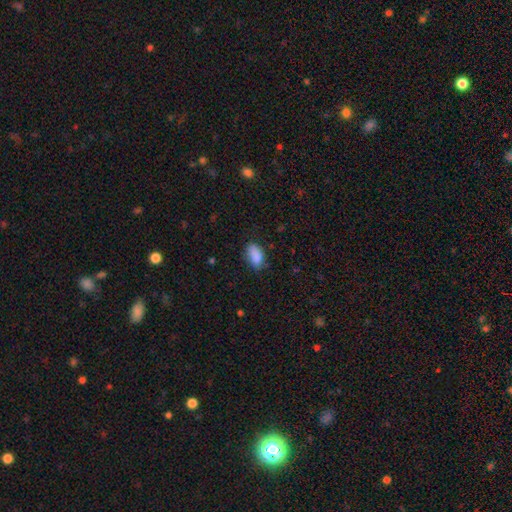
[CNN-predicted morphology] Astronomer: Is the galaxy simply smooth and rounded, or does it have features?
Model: smooth — 87%.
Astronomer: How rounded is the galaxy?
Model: in between — 91%.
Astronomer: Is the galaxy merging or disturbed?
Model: none — 70%.